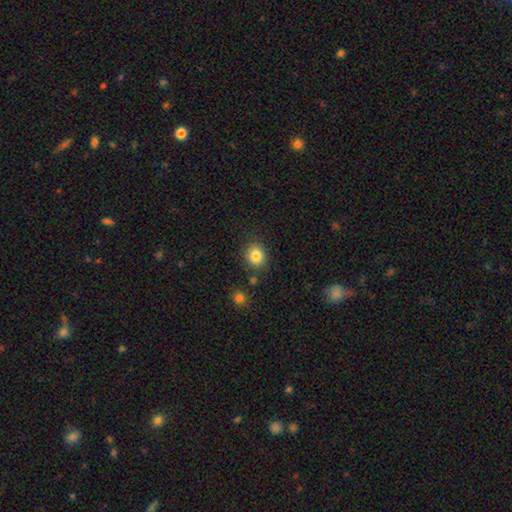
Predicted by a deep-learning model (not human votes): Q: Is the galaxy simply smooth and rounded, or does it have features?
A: smooth — 84%.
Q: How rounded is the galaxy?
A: round — 78%.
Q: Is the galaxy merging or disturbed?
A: none — 85%.